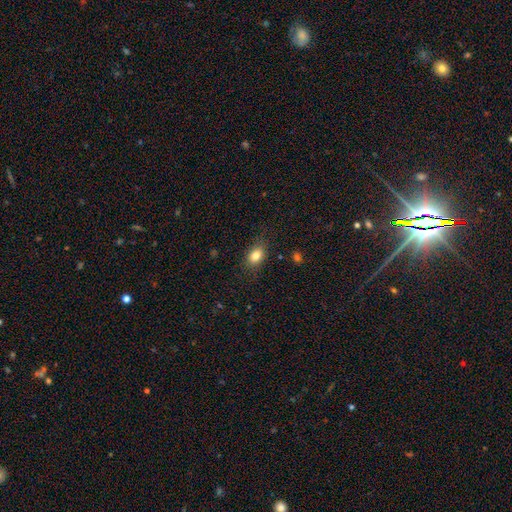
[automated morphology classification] Smooth or featured?
  - smooth: 83% *
  - star or artifact: 9%
  - featured or disk: 8%
How rounded?
  - in between: 76% *
  - round: 22%
  - cigar-shaped: 2%
Merging?
  - none: 81% *
  - minor disturbance: 14%
  - major disturbance: 4%
  - merger: 1%